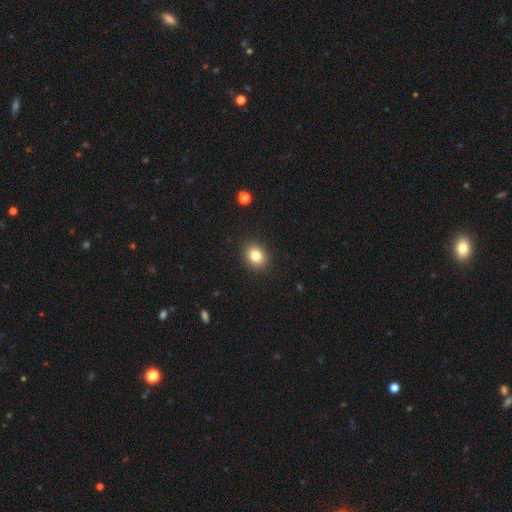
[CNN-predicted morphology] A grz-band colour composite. It shows a smooth galaxy with no disk features (82%) that is round (53%). Merging: none (91%).